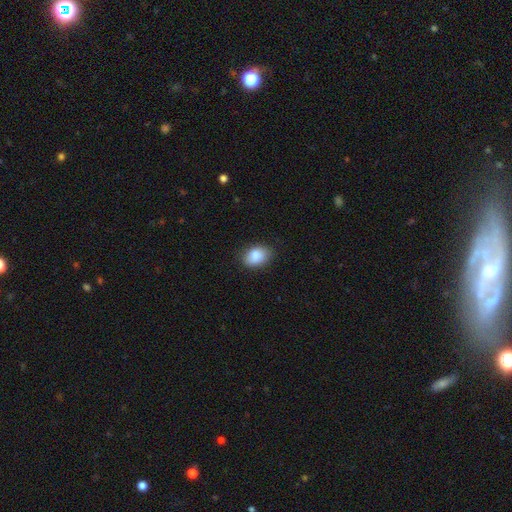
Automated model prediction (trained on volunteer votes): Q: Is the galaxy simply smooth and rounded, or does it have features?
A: smooth — 88%.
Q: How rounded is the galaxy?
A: in between — 78%.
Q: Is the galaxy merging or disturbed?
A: none — 82%.